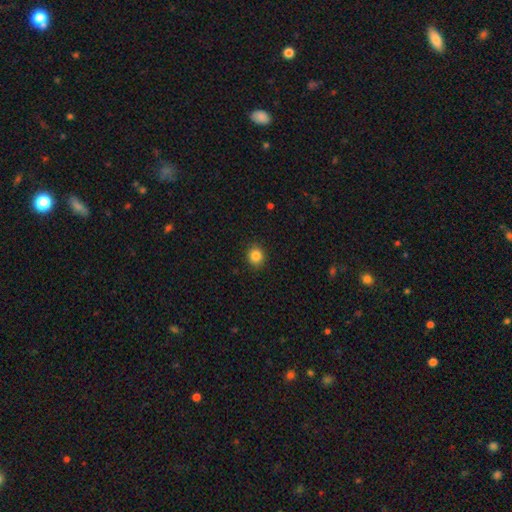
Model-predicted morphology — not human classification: smooth_or_featured: smooth (p=0.85) [alt: star or artifact p=0.10]
how_rounded: round (p=0.79) [alt: in between p=0.20]
merging: none (p=0.90) [alt: minor disturbance p=0.07]